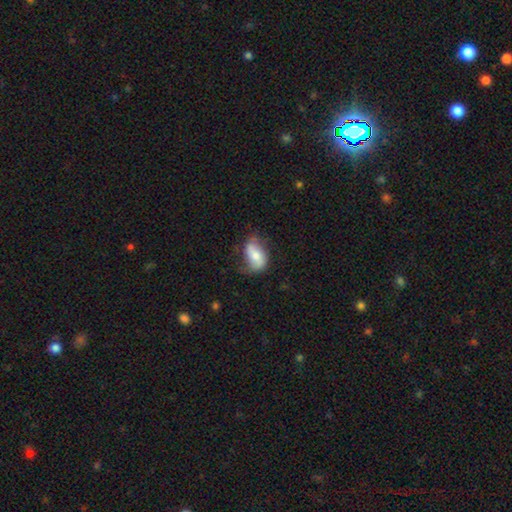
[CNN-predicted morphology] Smooth or featured: smooth — 54% (featured or disk — 40%)
How rounded: in between — 89% (round — 8%)
Merging: none — 56% (minor disturbance — 30%)